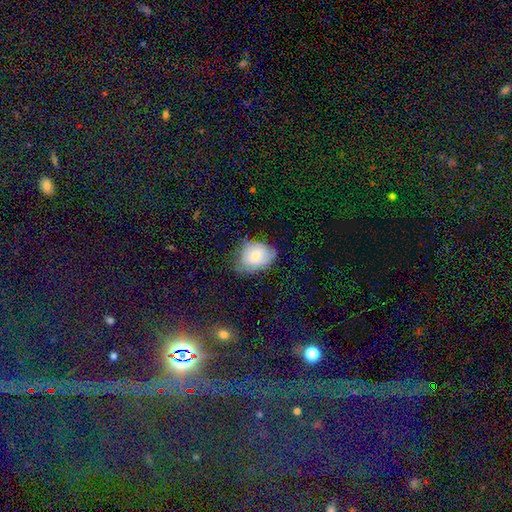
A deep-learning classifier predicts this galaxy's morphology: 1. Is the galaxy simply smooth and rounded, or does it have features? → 66% smooth, 25% featured or disk, 9% star or artifact.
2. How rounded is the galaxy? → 61% in between, 38% round, 1% cigar-shaped.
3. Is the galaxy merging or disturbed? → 52% none, 36% minor disturbance, 11% major disturbance, 2% merger.